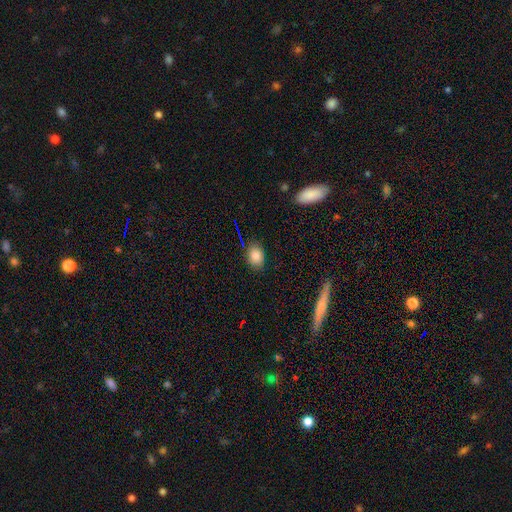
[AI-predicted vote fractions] Smooth or featured: smooth — 84% (star or artifact — 9%)
How rounded: in between — 68% (round — 30%)
Merging: none — 82% (minor disturbance — 13%)